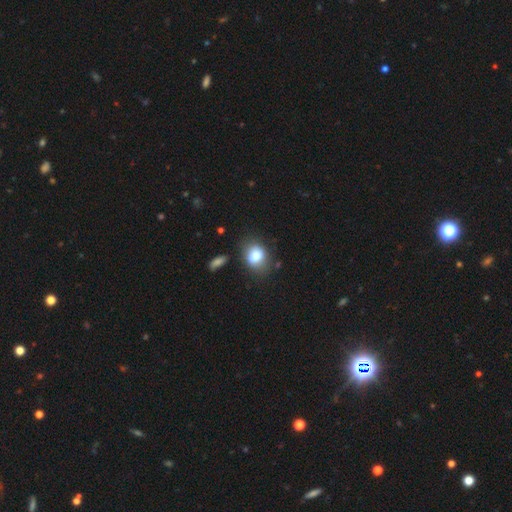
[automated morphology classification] Smooth or featured? Predicted: smooth (p=0.79). How rounded? Predicted: in between (p=0.53). Merging? Predicted: none (p=0.73).